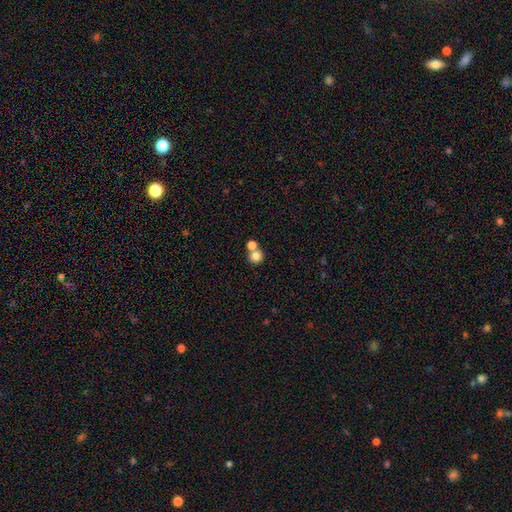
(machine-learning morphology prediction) Smooth or featured? smooth (80%)
How rounded? round (90%)
Merging? none (52%)